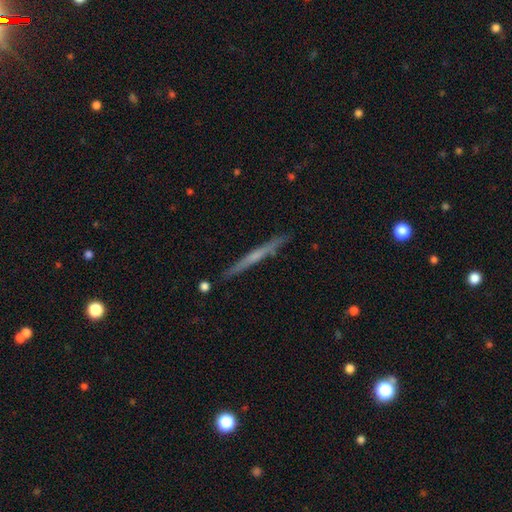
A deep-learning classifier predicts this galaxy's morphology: featured or disk 55%, smooth 39%, star or artifact 6%. Down the decision tree: edge-on disk — yes (97%); edge-on bulge — none (73%); merging — none (89%).